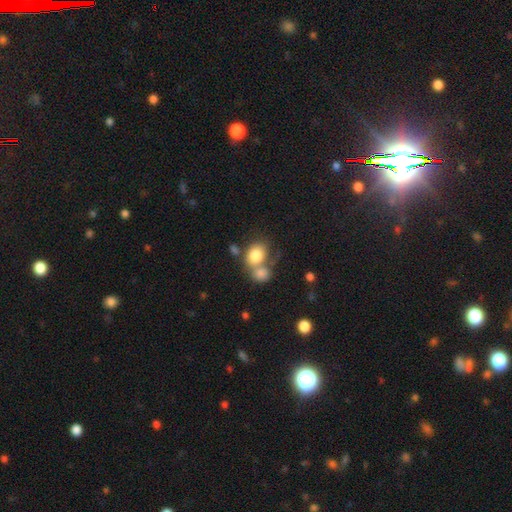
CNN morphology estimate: This is likely a smooth galaxy (80%). How rounded: possibly in between (51%). Merging: possibly merger (56%).